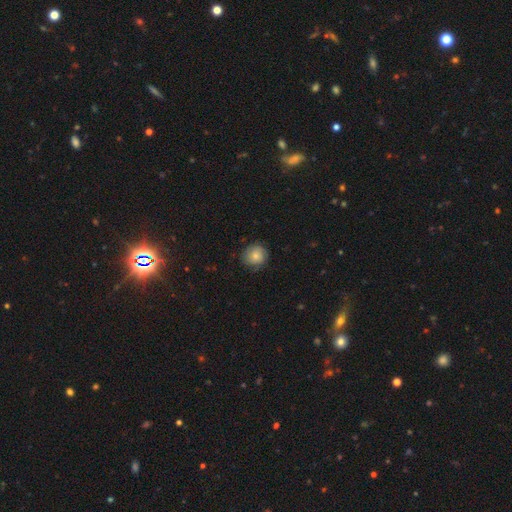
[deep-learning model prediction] A smooth galaxy with no disk features (72%) that is round (89%).

Vote fractions:
- Smooth or featured? smooth: 72% / featured or disk: 19% / star or artifact: 8%
- How rounded? round: 89% / in between: 10% / cigar-shaped: 1%
- Merging? none: 79% / minor disturbance: 16% / major disturbance: 4% / merger: 1%